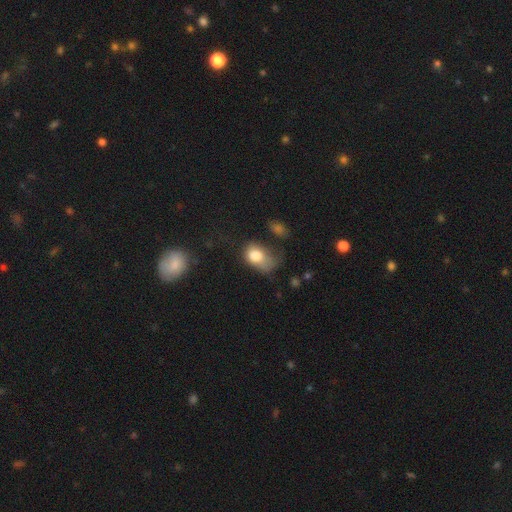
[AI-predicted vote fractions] Q: Smooth or featured?
A: smooth (76%); runner-up: featured or disk (15%)
Q: How rounded?
A: in between (72%); runner-up: round (26%)
Q: Merging?
A: major disturbance (42%); runner-up: minor disturbance (30%)